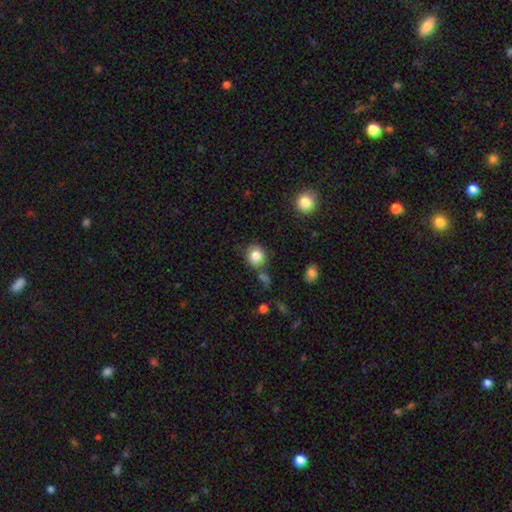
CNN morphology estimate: A smooth galaxy with no disk features (83%) that is round (81%).

Vote fractions:
- Smooth or featured? smooth: 83% / star or artifact: 10% / featured or disk: 7%
- How rounded? round: 81% / in between: 18% / cigar-shaped: 1%
- Merging? none: 77% / minor disturbance: 12% / merger: 7% / major disturbance: 4%